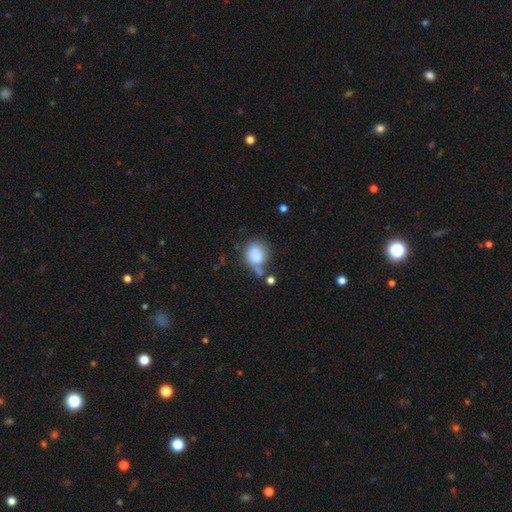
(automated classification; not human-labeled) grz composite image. It shows a smooth galaxy with no disk features (79%) that is round (67%). Merging: none (36%).